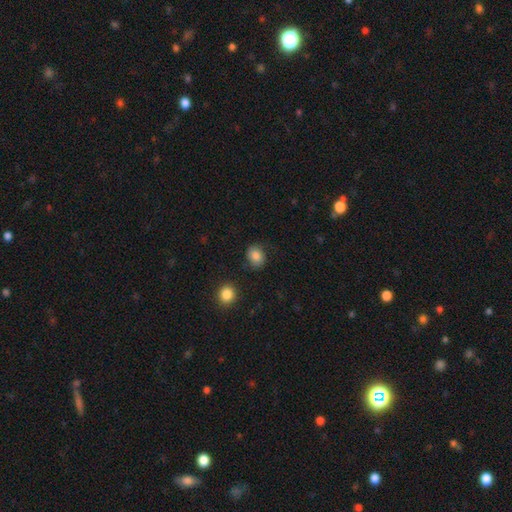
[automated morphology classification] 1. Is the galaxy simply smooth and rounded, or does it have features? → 85% smooth, 9% star or artifact, 6% featured or disk.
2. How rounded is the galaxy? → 59% round, 40% in between, 1% cigar-shaped.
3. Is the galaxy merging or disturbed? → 79% none, 14% minor disturbance, 4% major disturbance, 2% merger.